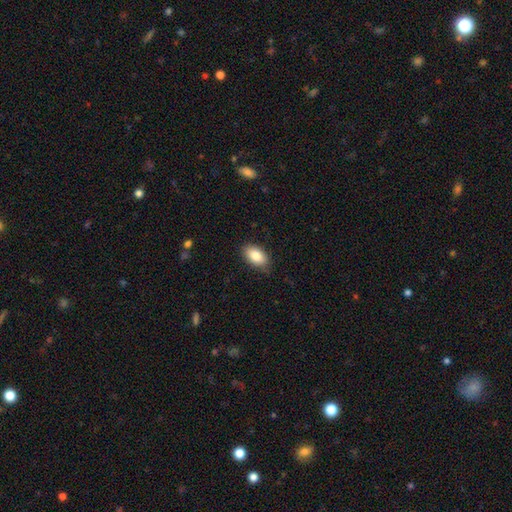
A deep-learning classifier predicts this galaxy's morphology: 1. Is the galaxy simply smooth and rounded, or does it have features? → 85% smooth, 8% featured or disk, 7% star or artifact.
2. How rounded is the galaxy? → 92% in between, 5% round, 2% cigar-shaped.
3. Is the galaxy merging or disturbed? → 82% none, 14% minor disturbance, 3% major disturbance, 1% merger.